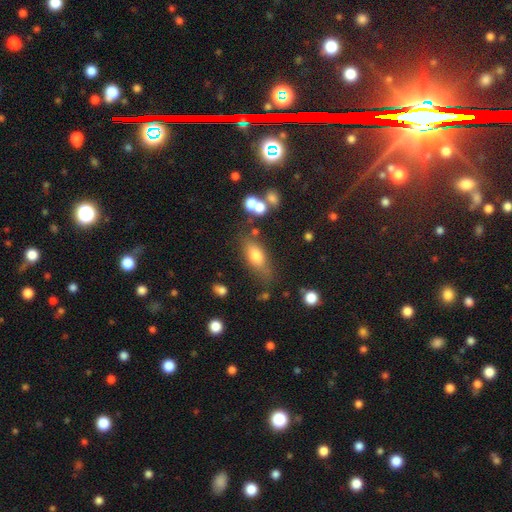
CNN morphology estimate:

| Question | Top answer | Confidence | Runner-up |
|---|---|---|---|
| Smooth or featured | smooth | 72% | featured or disk (18%) |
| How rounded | in between | 73% | cigar-shaped (20%) |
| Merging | none | 67% | minor disturbance (18%) |